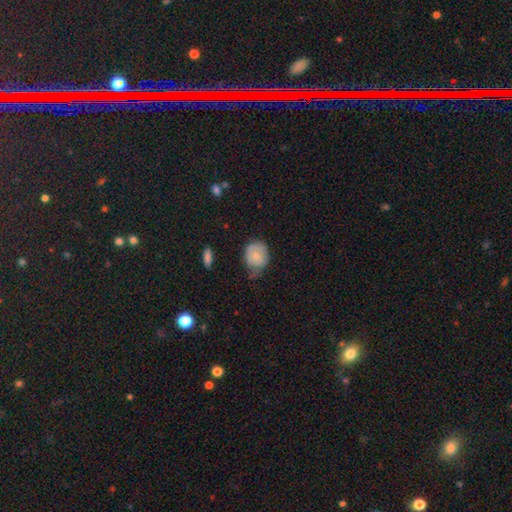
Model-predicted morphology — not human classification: A smooth galaxy with no disk features (70%) that is round (70%).

Vote fractions:
- Smooth or featured? smooth: 70% / featured or disk: 23% / star or artifact: 8%
- How rounded? round: 70% / in between: 29% / cigar-shaped: 1%
- Merging? minor disturbance: 42% / none: 41% / major disturbance: 15% / merger: 3%